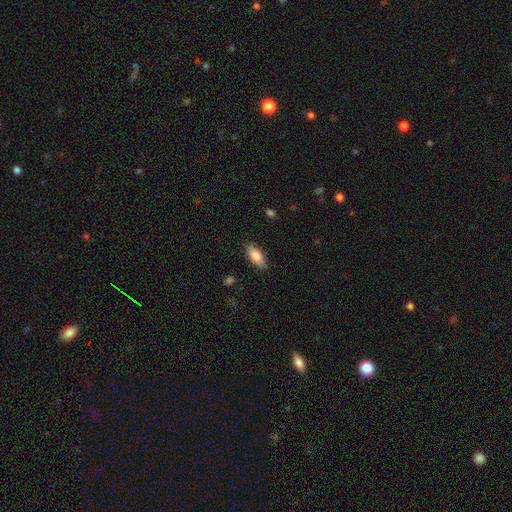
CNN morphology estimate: Smooth or featured: smooth — 82% (featured or disk — 12%)
How rounded: in between — 78% (cigar-shaped — 19%)
Merging: none — 86% (minor disturbance — 11%)